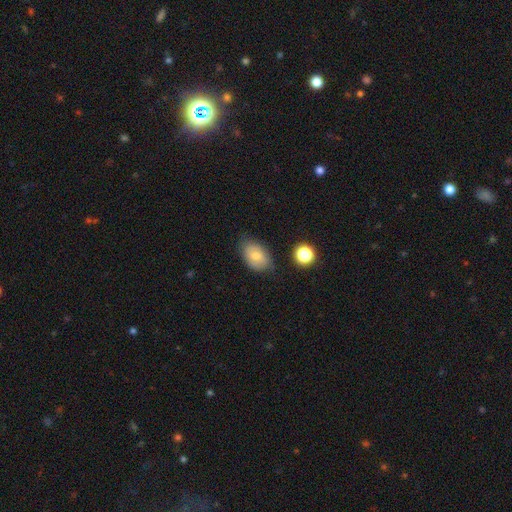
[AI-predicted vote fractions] smooth_or_featured: smooth (p=0.72) [alt: featured or disk p=0.19]
how_rounded: in between (p=0.86) [alt: round p=0.12]
merging: none (p=0.73) [alt: minor disturbance p=0.21]